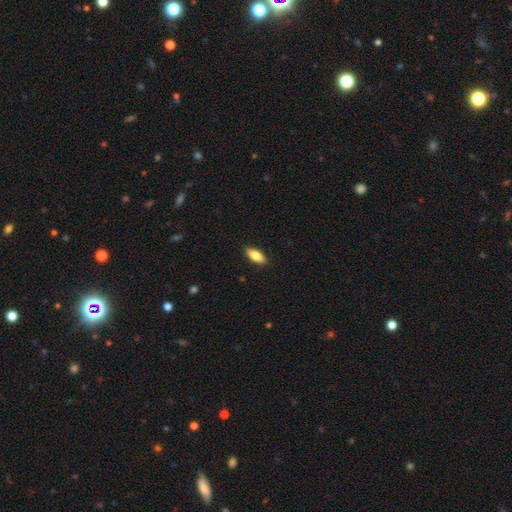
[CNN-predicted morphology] This is likely a smooth galaxy (78%). How rounded: likely in between (79%). Merging: clearly none (89%).